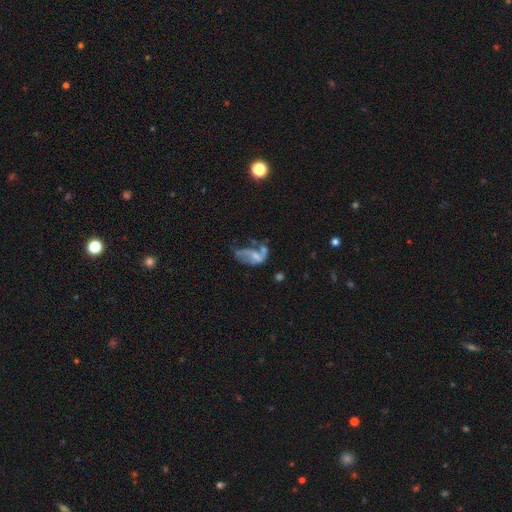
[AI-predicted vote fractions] This is likely a featured or disk galaxy (61%). It is clearly not viewed edge-on (97%). Bar: likely no (60%). Spiral arm pattern: possibly yes (52%). Central bulge: marginally small (42%). Merging: marginally major disturbance (42%).